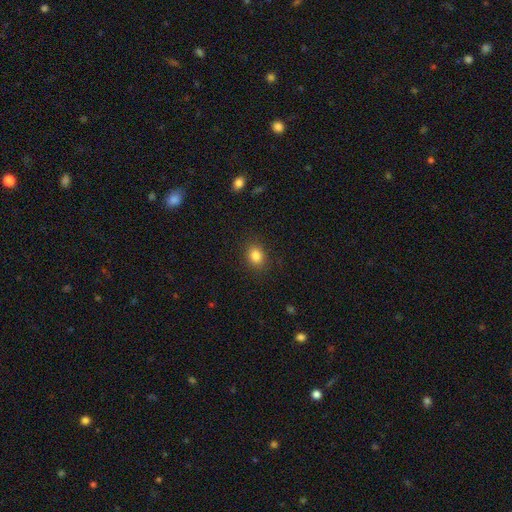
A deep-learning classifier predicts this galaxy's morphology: This appears to be a smooth galaxy with no disk features (84%) that is round (50%). Merging: none (87%).